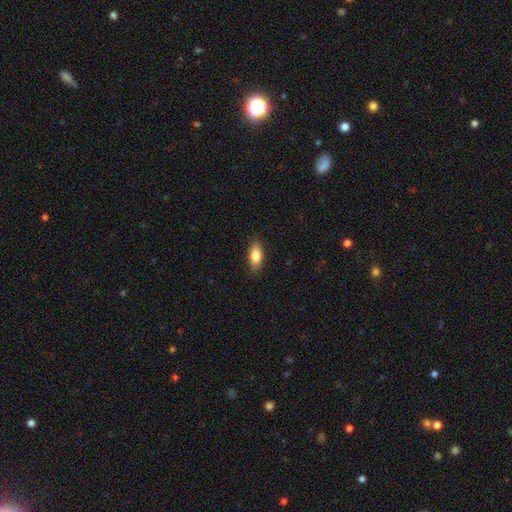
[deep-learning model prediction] Q: Smooth or featured?
A: smooth (84%); runner-up: featured or disk (9%)
Q: How rounded?
A: in between (87%); runner-up: cigar-shaped (10%)
Q: Merging?
A: none (86%); runner-up: minor disturbance (11%)